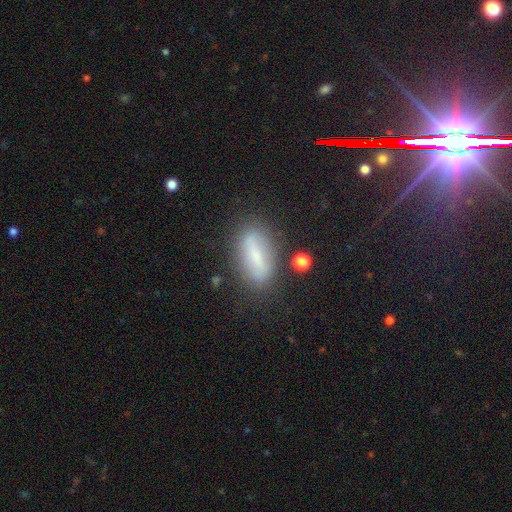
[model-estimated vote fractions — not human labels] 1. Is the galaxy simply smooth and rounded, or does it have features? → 57% smooth, 33% featured or disk, 10% star or artifact.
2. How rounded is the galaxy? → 68% in between, 28% cigar-shaped, 4% round.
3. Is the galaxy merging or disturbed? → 77% none, 15% minor disturbance, 5% major disturbance, 3% merger.